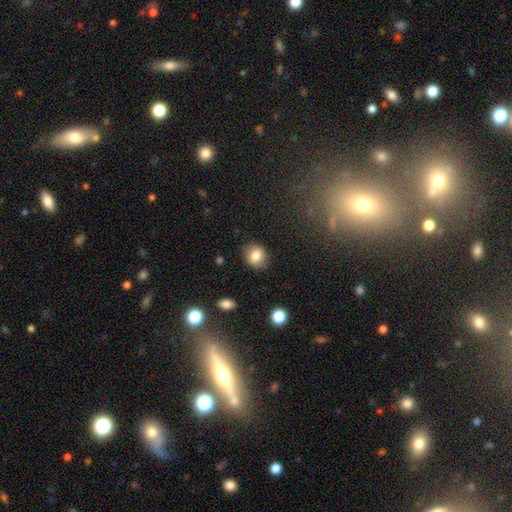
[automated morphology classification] Smooth or featured? Predicted: smooth (p=0.82). How rounded? Predicted: round (p=0.62). Merging? Predicted: none (p=0.84).